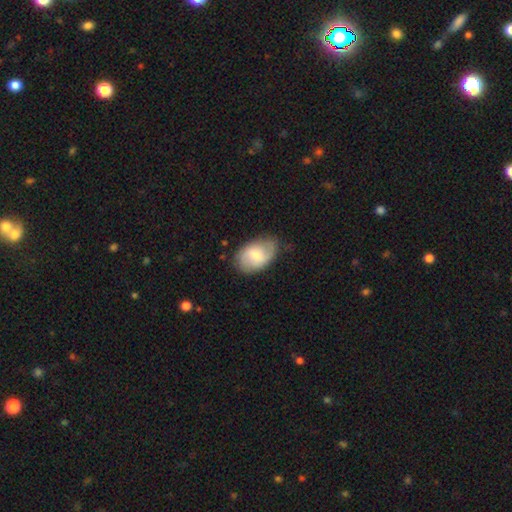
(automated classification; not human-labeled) Smooth or featured? smooth (55%)
How rounded? in between (87%)
Merging? none (70%)